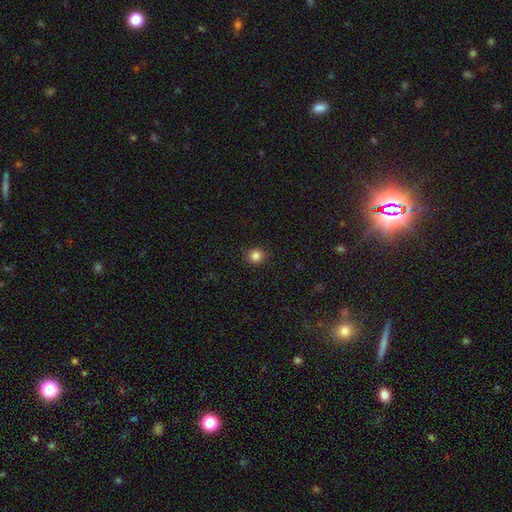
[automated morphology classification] This is clearly a smooth galaxy (83%). How rounded: clearly round (91%). Merging: clearly none (92%).